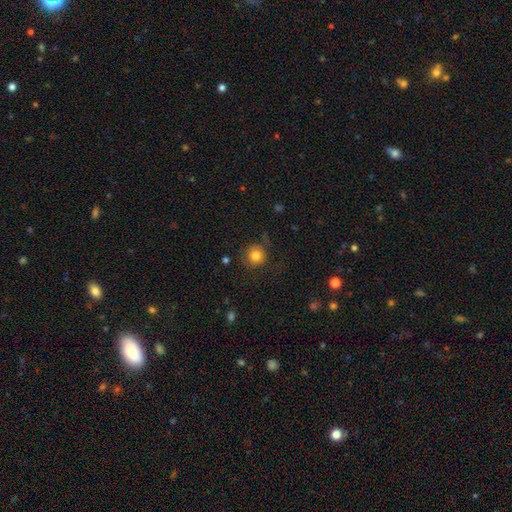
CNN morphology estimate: A smooth galaxy with no disk features (80%) that is round (93%). Merging: none (79%).